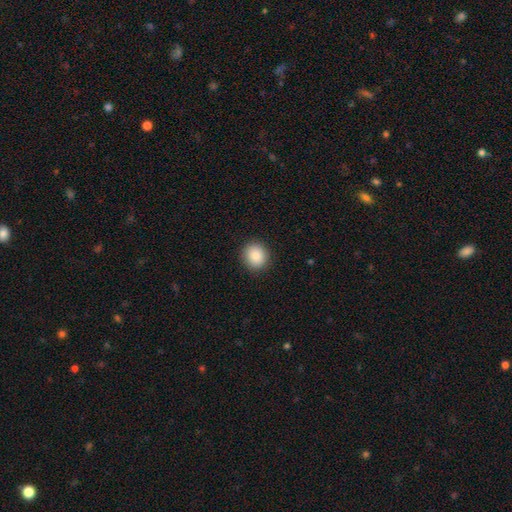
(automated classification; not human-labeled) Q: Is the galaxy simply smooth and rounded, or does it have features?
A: smooth — 87%.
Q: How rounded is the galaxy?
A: round — 83%.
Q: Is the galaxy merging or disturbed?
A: none — 91%.